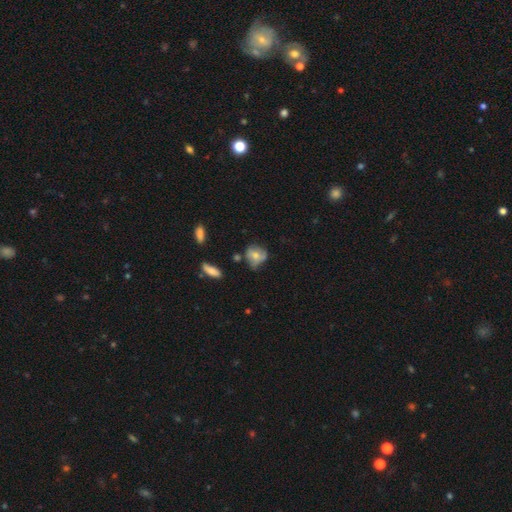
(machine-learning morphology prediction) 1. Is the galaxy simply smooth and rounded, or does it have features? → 62% smooth, 29% featured or disk, 9% star or artifact.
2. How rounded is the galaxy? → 55% round, 44% in between, 2% cigar-shaped.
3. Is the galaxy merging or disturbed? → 43% none, 36% minor disturbance, 15% major disturbance, 6% merger.